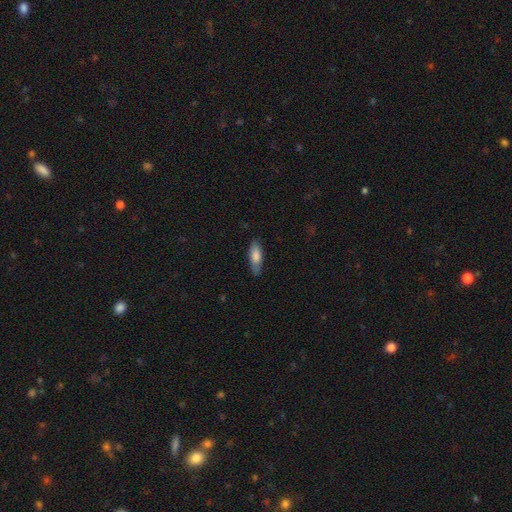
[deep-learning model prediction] Smooth or featured? Predicted: smooth (p=0.79). How rounded? Predicted: in between (p=0.60). Merging? Predicted: none (p=0.74).